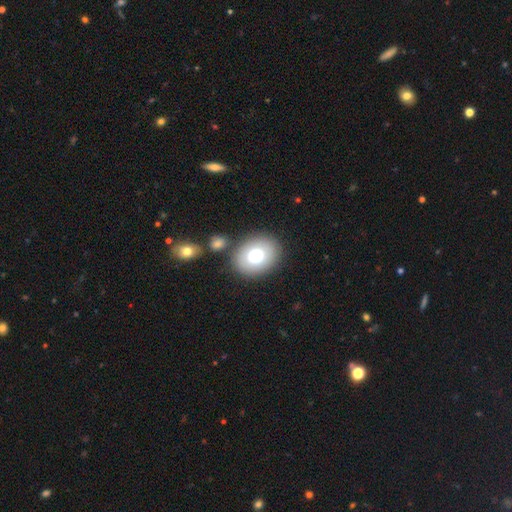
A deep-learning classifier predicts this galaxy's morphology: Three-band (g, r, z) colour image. It shows a smooth galaxy with no disk features (75%) that is in between round and cigar-shaped (63%). Merging: none (79%).